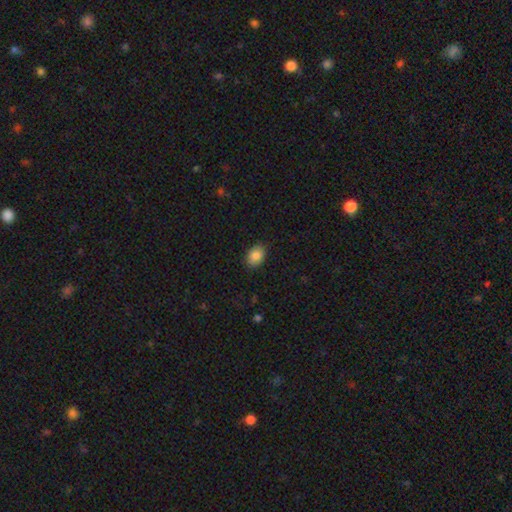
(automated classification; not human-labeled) A smooth galaxy with no disk features (86%) that is in between round and cigar-shaped (78%).

Vote fractions:
- Smooth or featured? smooth: 86% / star or artifact: 8% / featured or disk: 6%
- How rounded? in between: 78% / round: 21% / cigar-shaped: 1%
- Merging? none: 87% / minor disturbance: 10% / major disturbance: 2% / merger: 1%